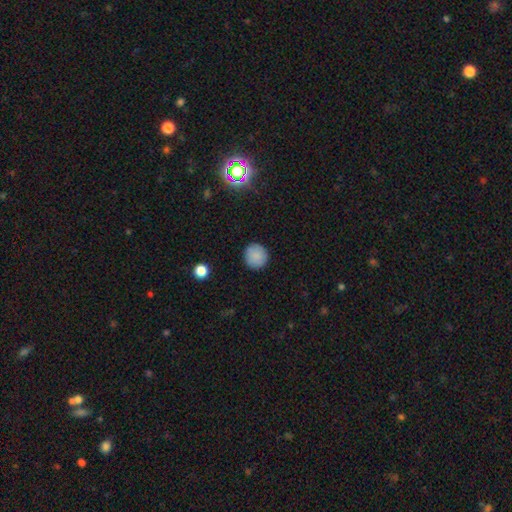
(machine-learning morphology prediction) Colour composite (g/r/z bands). It shows a smooth galaxy with no disk features (86%) that is round (94%). Merging: none (90%).